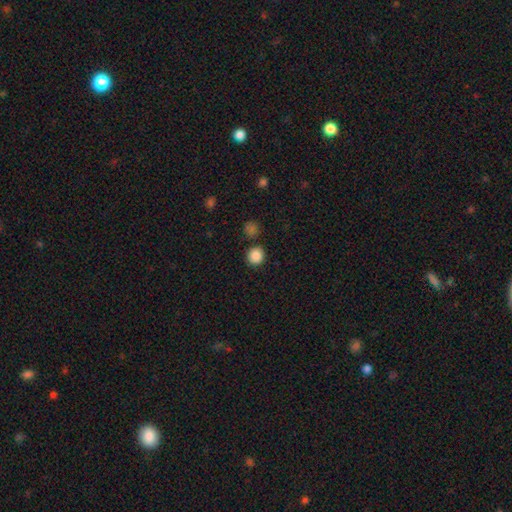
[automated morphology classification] This is clearly a smooth galaxy (87%). How rounded: clearly round (91%). Merging: clearly none (85%).